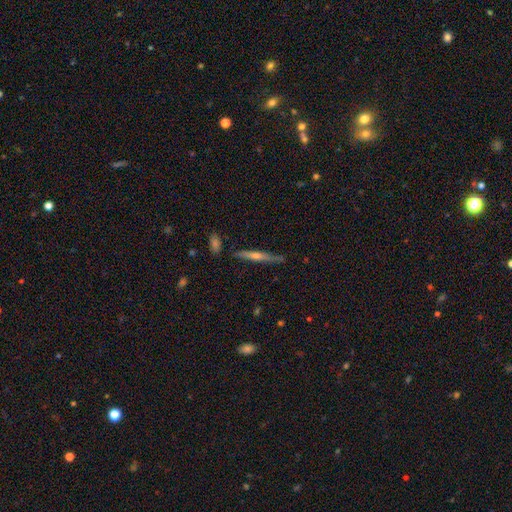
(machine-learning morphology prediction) smooth_or_featured: featured or disk (p=0.68) [alt: smooth p=0.25]
disk_edge_on: yes (p=0.97) [alt: no p=0.03]
edge_on_bulge: rounded (p=0.79) [alt: none p=0.16]
merging: none (p=0.84) [alt: minor disturbance p=0.12]